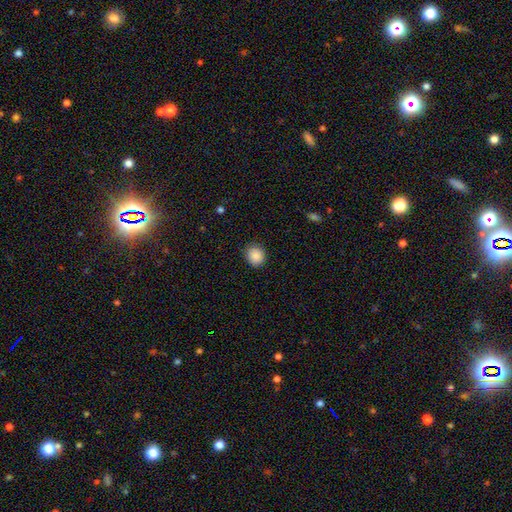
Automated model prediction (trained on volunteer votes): Smooth or featured: smooth — 89% (star or artifact — 8%)
How rounded: round — 78% (in between — 21%)
Merging: none — 88% (minor disturbance — 9%)